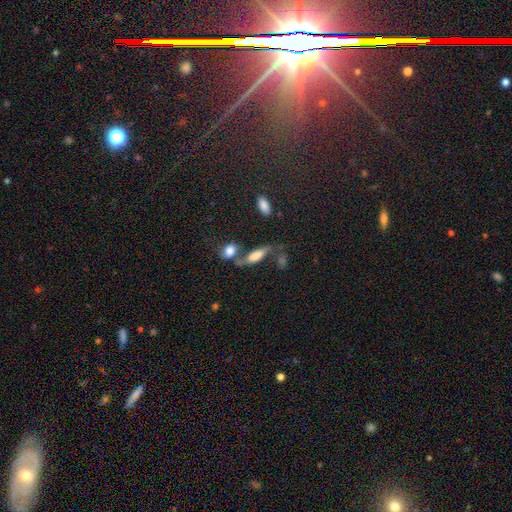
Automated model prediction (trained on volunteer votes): Smooth or featured: smooth — 55% (featured or disk — 34%)
How rounded: in between — 53% (cigar-shaped — 41%)
Merging: none — 40% (merger — 31%)